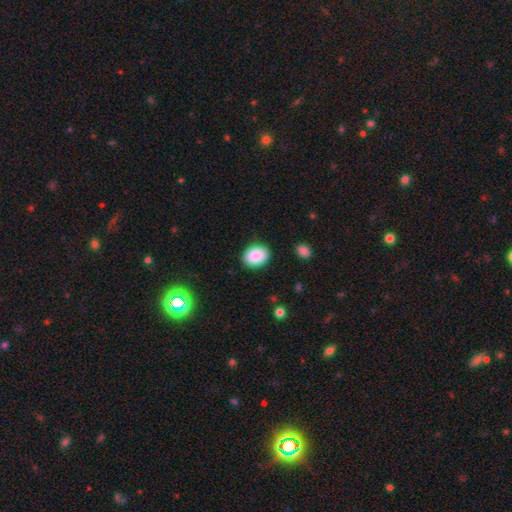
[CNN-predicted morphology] smooth-or-featured: smooth: 89% | star or artifact: 7% | featured or disk: 4%
  how-rounded: in between: 65% | round: 35% | cigar-shaped: 1%
  merging: none: 87% | minor disturbance: 10% | major disturbance: 2% | merger: 1%